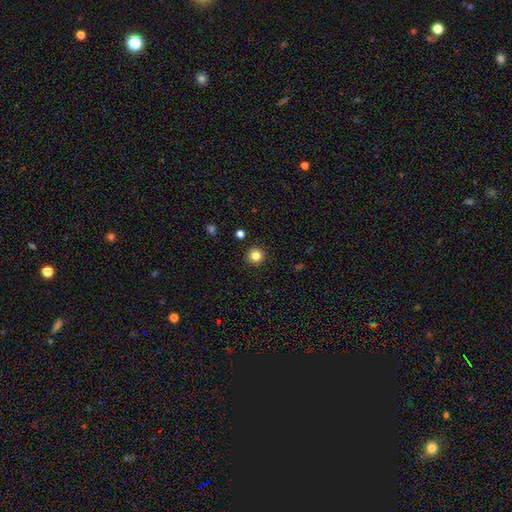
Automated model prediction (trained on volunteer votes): smooth_or_featured: smooth (p=0.83) [alt: star or artifact p=0.12]
how_rounded: round (p=0.95) [alt: in between p=0.04]
merging: none (p=0.92) [alt: minor disturbance p=0.05]